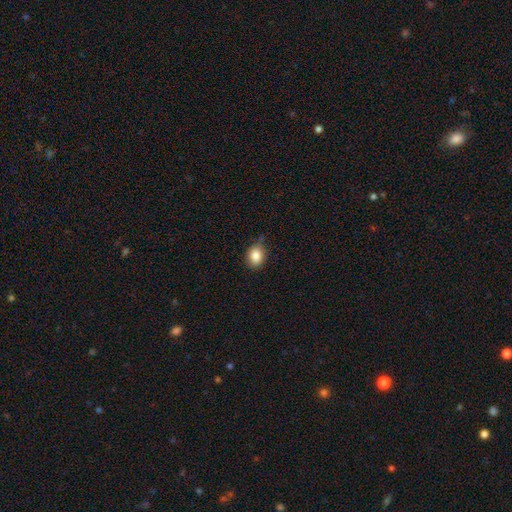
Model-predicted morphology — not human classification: The model was most divided on "how rounded": round: 57%, in between: 42%, cigar-shaped: 1%. More confident: smooth or featured — smooth (85%); merging — none (71%).